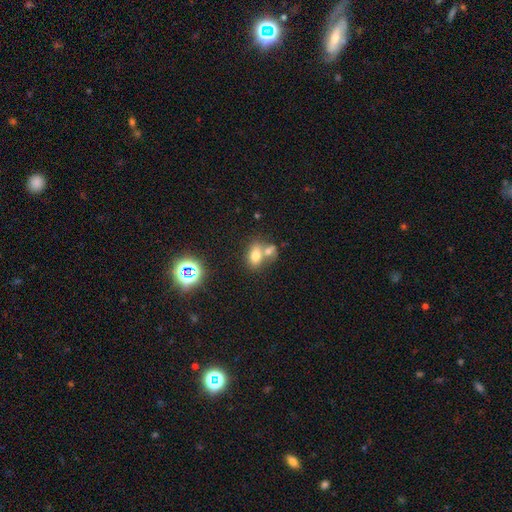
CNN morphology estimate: A smooth galaxy with no disk features (70%) that is in between round and cigar-shaped (79%). Merging: merger (51%).